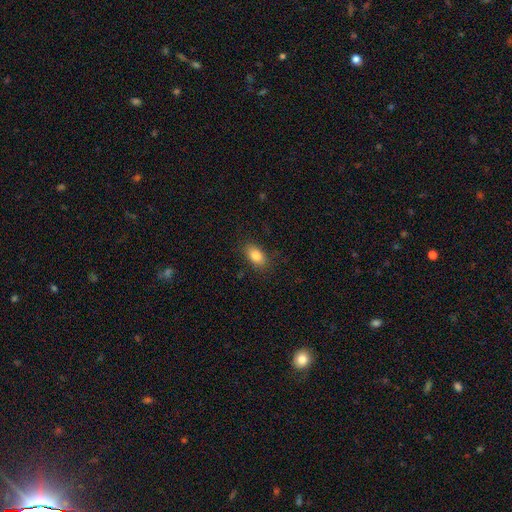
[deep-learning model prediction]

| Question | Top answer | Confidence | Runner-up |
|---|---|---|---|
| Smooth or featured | smooth | 84% | star or artifact (8%) |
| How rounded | in between | 89% | round (8%) |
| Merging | none | 84% | minor disturbance (12%) |